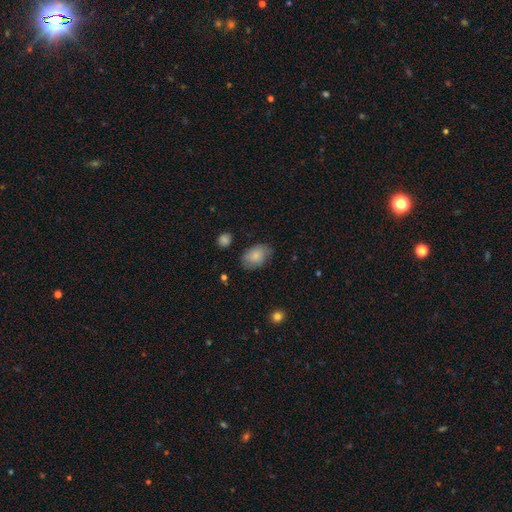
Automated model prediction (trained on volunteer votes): smooth 80%, featured or disk 13%, star or artifact 7%. Down the decision tree: how rounded — in between (87%); merging — none (73%).